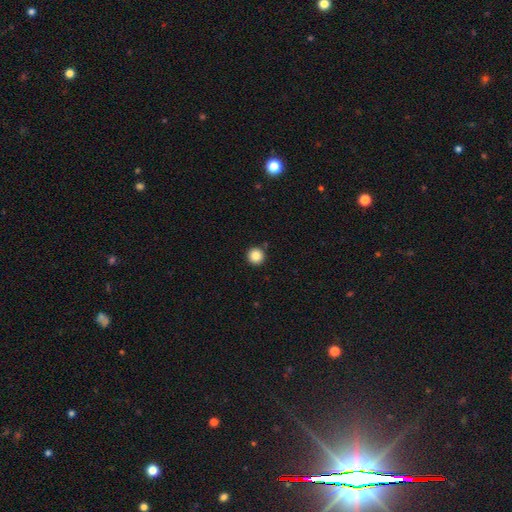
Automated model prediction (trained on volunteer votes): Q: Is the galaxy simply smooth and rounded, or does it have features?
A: smooth — 86%.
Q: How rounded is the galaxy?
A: round — 96%.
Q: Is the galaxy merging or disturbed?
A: none — 91%.